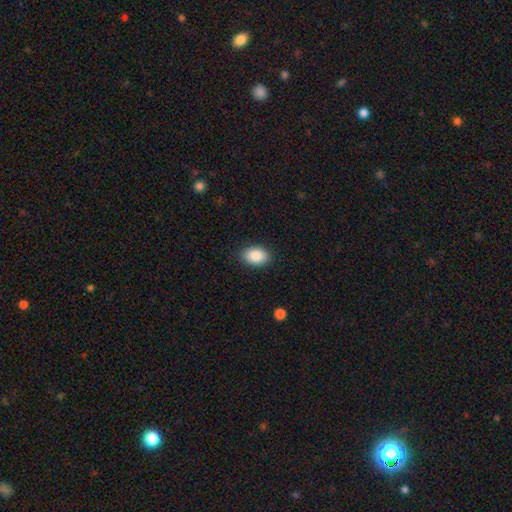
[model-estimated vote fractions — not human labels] This appears to be a smooth galaxy with no disk features (88%) that is in between round and cigar-shaped (85%). Merging: none (88%).